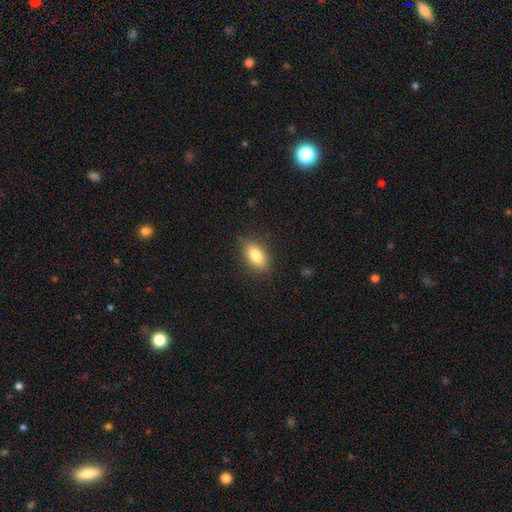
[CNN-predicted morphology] Smooth or featured? smooth (83%)
How rounded? in between (88%)
Merging? none (86%)